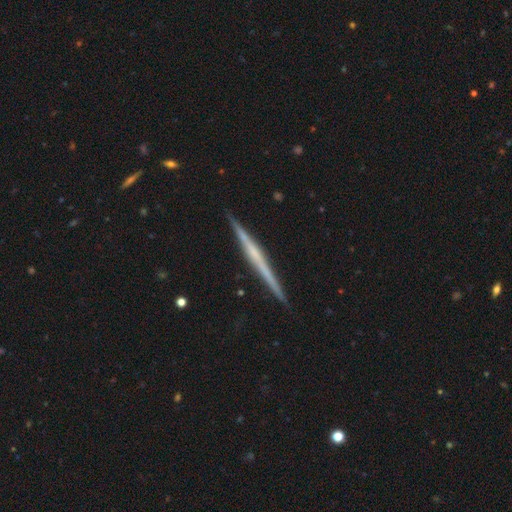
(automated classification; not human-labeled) smooth_or_featured: featured or disk (p=0.74) [alt: smooth p=0.21]
disk_edge_on: yes (p=0.98) [alt: no p=0.02]
edge_on_bulge: none (p=0.62) [alt: rounded p=0.29]
merging: none (p=0.91) [alt: minor disturbance p=0.06]